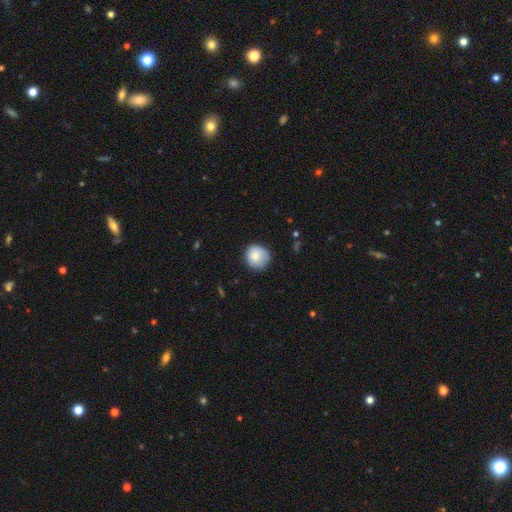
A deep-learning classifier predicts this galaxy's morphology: A smooth galaxy with no disk features (83%) that is round (92%).

Vote fractions:
- Smooth or featured? smooth: 83% / featured or disk: 9% / star or artifact: 8%
- How rounded? round: 92% / in between: 7% / cigar-shaped: 1%
- Merging? none: 82% / minor disturbance: 14% / major disturbance: 3% / merger: 1%